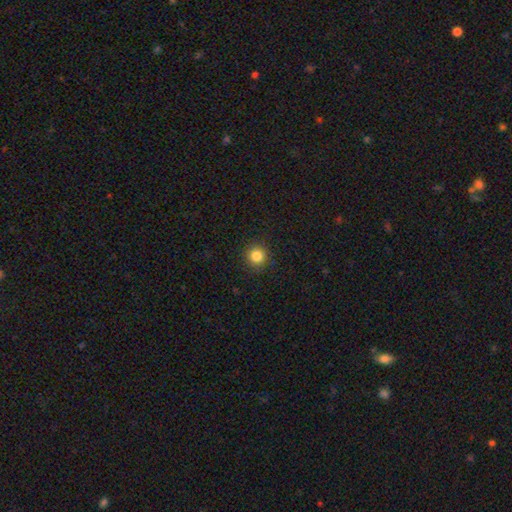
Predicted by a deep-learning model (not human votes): Overall: smooth (84%). How rounded: round (94%). Merging: none (92%).